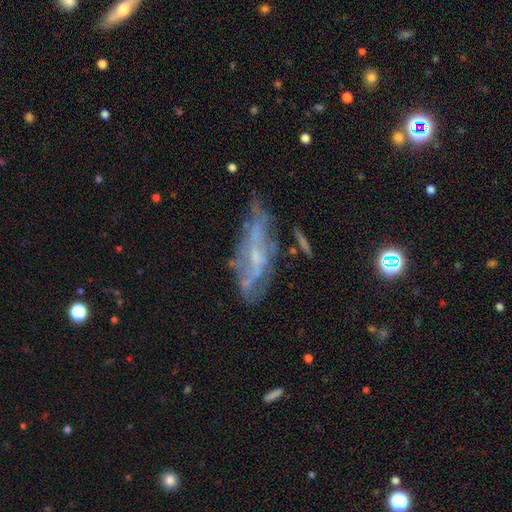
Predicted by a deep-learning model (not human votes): smooth-or-featured: featured or disk: 72% | smooth: 19% | star or artifact: 10%
  disk-edge-on: no: 79% | yes: 21%
    bar: no: 55% | weak: 34% | strong: 10%
    has-spiral-arms: yes: 63% | no: 37%
    bulge-size: small: 61% | moderate: 20% | none: 17% | large: 1% | dominant: 1%
  merging: none: 52% | minor disturbance: 25% | major disturbance: 17% | merger: 7%